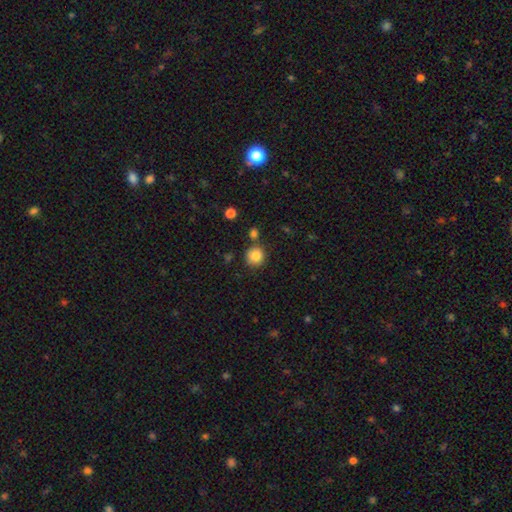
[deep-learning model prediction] The model was most divided on "merging": none: 79%, minor disturbance: 9%, merger: 9%, major disturbance: 3%. More confident: how rounded — round (92%); smooth or featured — smooth (84%).